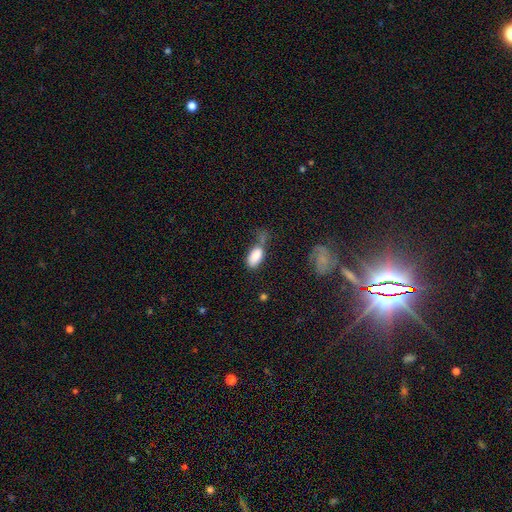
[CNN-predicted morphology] smooth_or_featured: smooth (p=0.84) [alt: featured or disk p=0.09]
how_rounded: in between (p=0.92) [alt: round p=0.04]
merging: none (p=0.38) [alt: minor disturbance p=0.27]